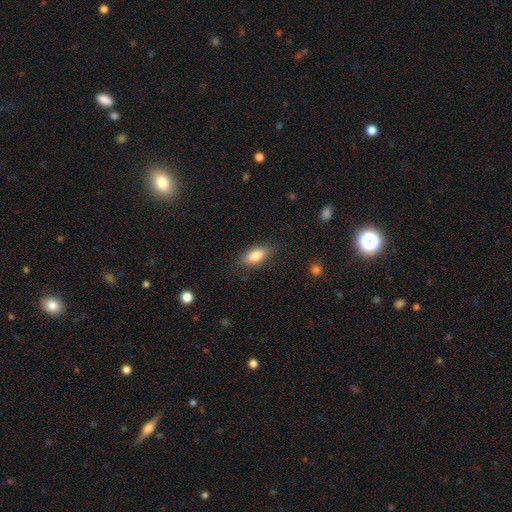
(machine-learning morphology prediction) type=smooth (80%); roundness=in between (82%); merging=none (78%).